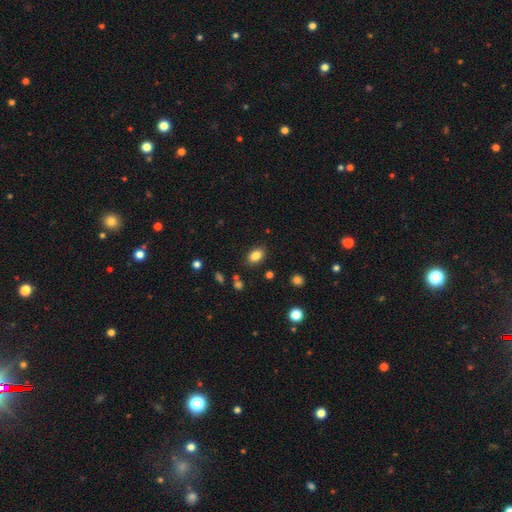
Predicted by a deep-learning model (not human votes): Smooth or featured?
  - smooth: 84% *
  - star or artifact: 10%
  - featured or disk: 6%
How rounded?
  - in between: 83% *
  - round: 15%
  - cigar-shaped: 2%
Merging?
  - none: 85% *
  - minor disturbance: 10%
  - major disturbance: 3%
  - merger: 2%